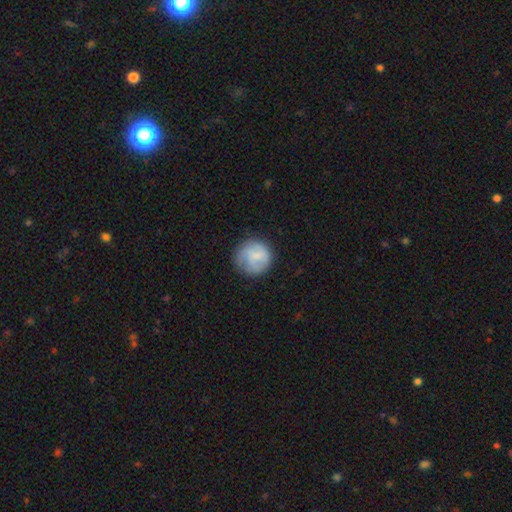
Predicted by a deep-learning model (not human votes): A smooth galaxy with no disk features (64%) that is round (92%). Merging: none (70%).